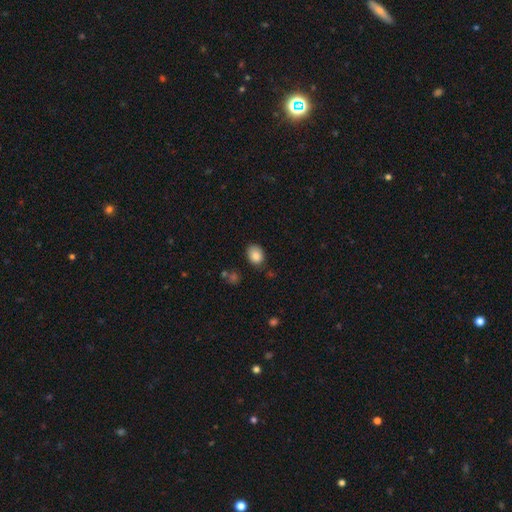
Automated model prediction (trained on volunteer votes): Overall: smooth (86%). How rounded: in between (63%; round 36%). Merging: none (77%).